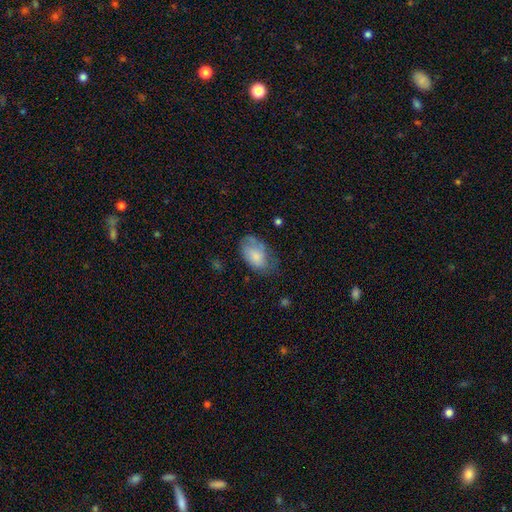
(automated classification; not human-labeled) Overall: smooth (73%). How rounded: in between (91%). Merging: none (51%; minor disturbance 33%).